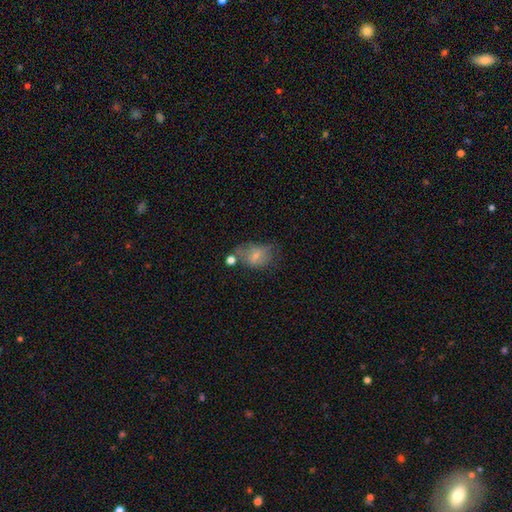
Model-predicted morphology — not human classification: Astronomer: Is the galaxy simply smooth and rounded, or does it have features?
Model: smooth — 63%.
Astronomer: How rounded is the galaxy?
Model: in between — 68%.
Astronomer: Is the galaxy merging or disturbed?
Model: none — 40% (runner-up: minor disturbance, 26%).